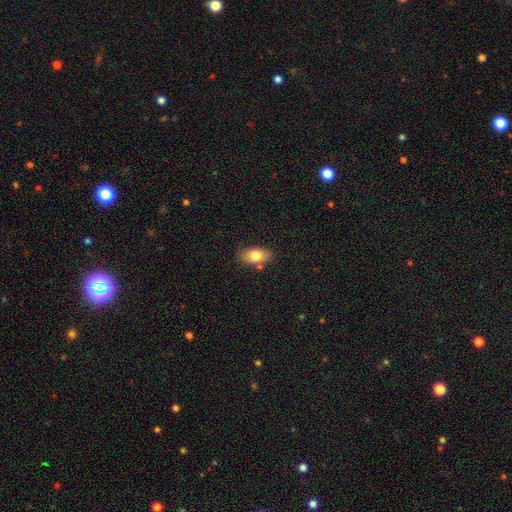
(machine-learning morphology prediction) This is clearly a smooth galaxy (80%). How rounded: clearly in between (90%). Merging: likely none (78%).